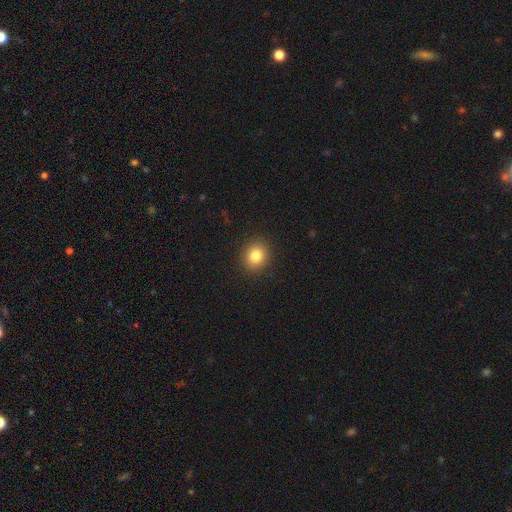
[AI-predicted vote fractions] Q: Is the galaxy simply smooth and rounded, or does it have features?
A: smooth — 84%.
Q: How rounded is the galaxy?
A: round — 70%.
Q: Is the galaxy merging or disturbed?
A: none — 90%.